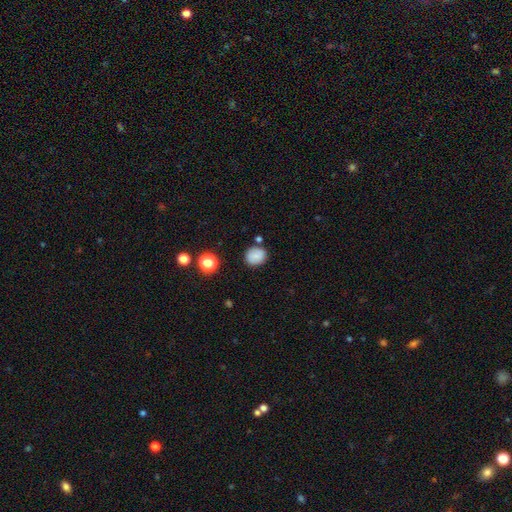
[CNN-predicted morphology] A smooth galaxy with no disk features (80%) that is round (74%).

Vote fractions:
- Smooth or featured? smooth: 80% / star or artifact: 11% / featured or disk: 9%
- How rounded? round: 74% / in between: 25% / cigar-shaped: 1%
- Merging? none: 79% / minor disturbance: 13% / merger: 5% / major disturbance: 3%